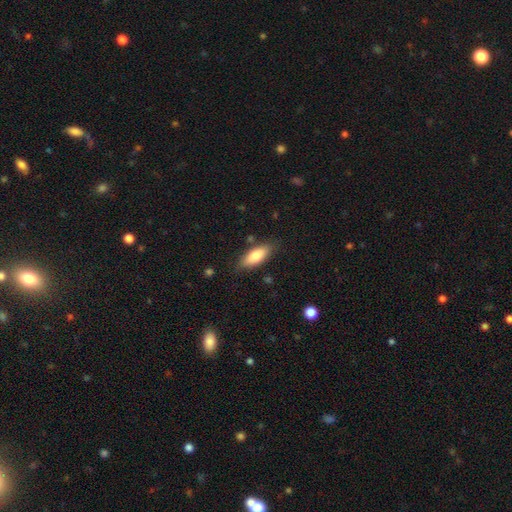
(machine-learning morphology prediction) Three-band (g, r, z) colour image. It shows a smooth galaxy with no disk features (80%) that is in between round and cigar-shaped (77%). Merging: none (81%).